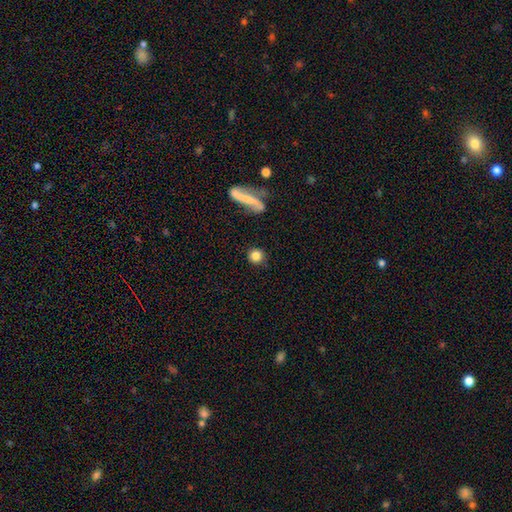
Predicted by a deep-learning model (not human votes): Smooth or featured?
  - smooth: 82% *
  - featured or disk: 9%
  - star or artifact: 9%
How rounded?
  - round: 91% *
  - in between: 7%
  - cigar-shaped: 2%
Merging?
  - none: 85% *
  - minor disturbance: 8%
  - major disturbance: 3%
  - merger: 3%